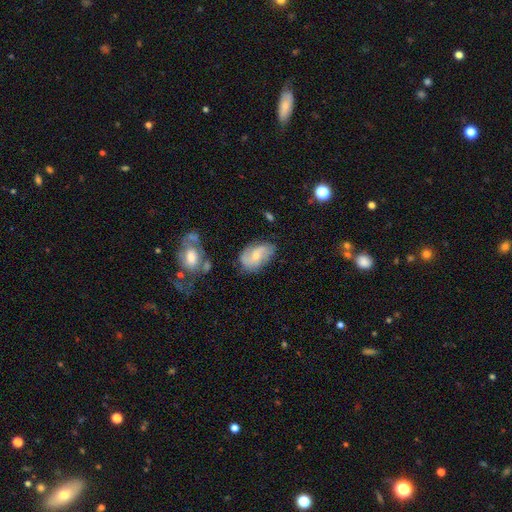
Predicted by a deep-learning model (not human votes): smooth-or-featured: featured or disk: 59% | smooth: 34% | star or artifact: 7%
  disk-edge-on: no: 96% | yes: 4%
    bar: no: 53% | weak: 39% | strong: 8%
    has-spiral-arms: yes: 86% | no: 14%
    bulge-size: small: 52% | moderate: 40% | none: 5% | large: 2% | dominant: 1%
  merging: none: 63% | minor disturbance: 24% | major disturbance: 8% | merger: 4%